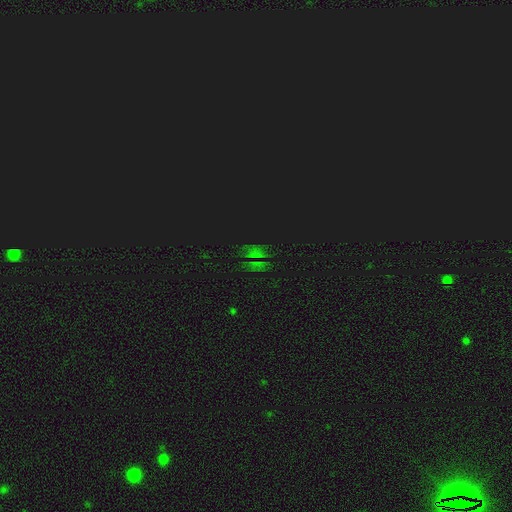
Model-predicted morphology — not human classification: The model was most divided on "smooth or featured": star or artifact: 69%, smooth: 22%, featured or disk: 9%.